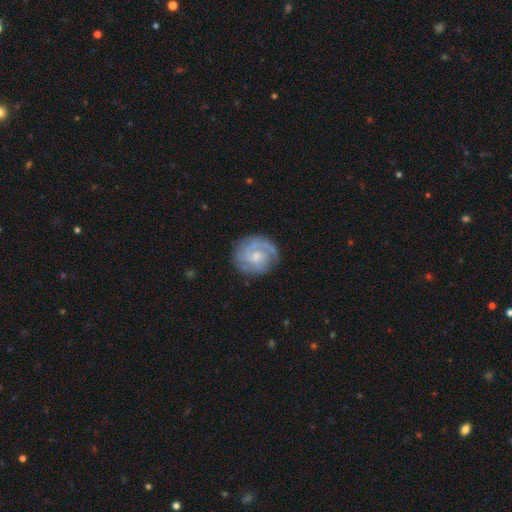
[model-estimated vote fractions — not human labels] featured or disk 81%, smooth 14%, star or artifact 5%. Down the decision tree: edge-on disk — no (98%); bar — no (64%); spiral arms — yes (95%); spiral arm count — 2 (43%); spiral winding — tight (60%); bulge size — small (58%); merging — none (77%).